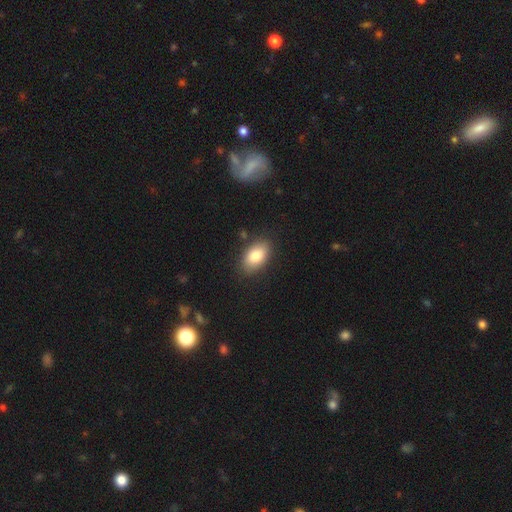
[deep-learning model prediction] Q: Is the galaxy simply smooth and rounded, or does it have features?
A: smooth — 83%.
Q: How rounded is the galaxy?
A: in between — 91%.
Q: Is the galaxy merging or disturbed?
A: none — 84%.